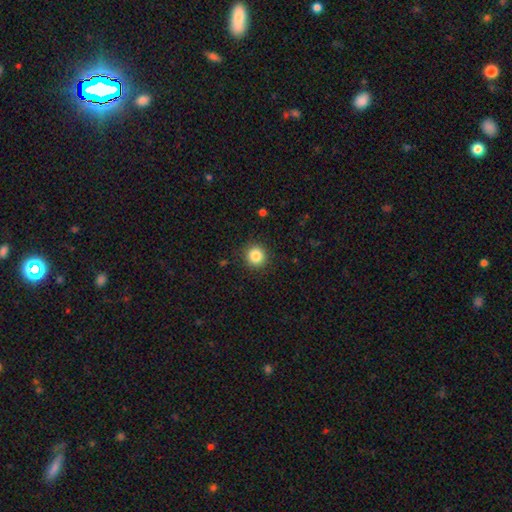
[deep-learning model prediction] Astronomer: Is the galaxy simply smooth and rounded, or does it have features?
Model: smooth — 85%.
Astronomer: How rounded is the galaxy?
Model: round — 94%.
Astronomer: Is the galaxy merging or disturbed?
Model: none — 91%.